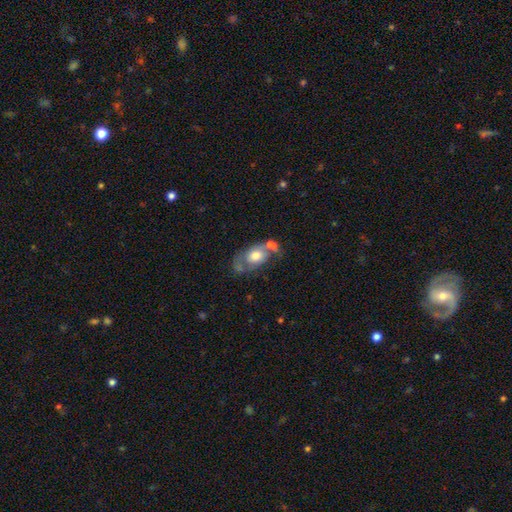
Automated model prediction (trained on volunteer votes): The model was most divided on "merging": none: 34%, merger: 31%, minor disturbance: 21%, major disturbance: 15%. More confident: how rounded — in between (78%); smooth or featured — smooth (53%).